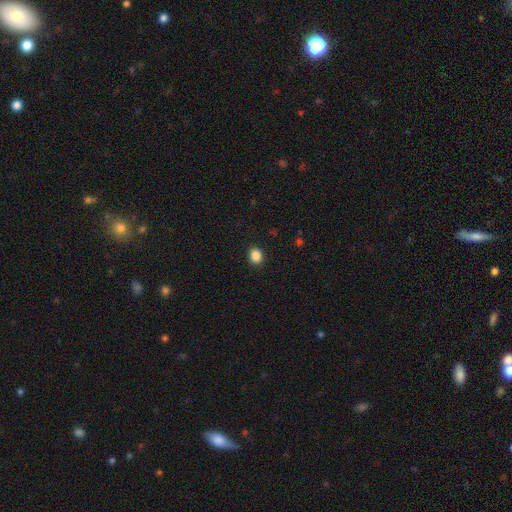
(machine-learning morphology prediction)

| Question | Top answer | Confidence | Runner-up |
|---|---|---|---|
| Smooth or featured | smooth | 87% | star or artifact (10%) |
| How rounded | round | 66% | in between (33%) |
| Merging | none | 91% | minor disturbance (6%) |